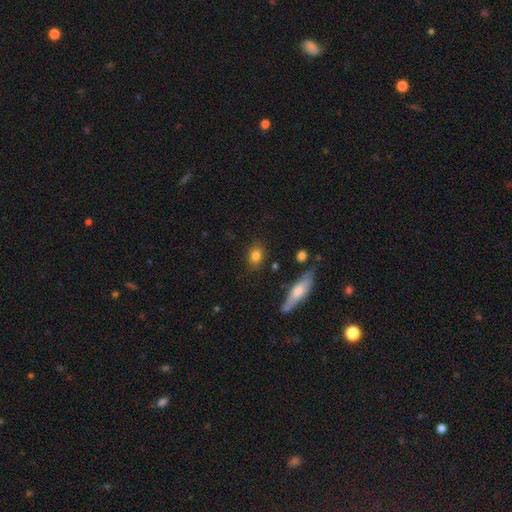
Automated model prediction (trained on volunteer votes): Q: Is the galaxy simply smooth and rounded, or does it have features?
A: smooth — 81%.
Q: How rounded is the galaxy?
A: in between — 52%.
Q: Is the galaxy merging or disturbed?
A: none — 85%.